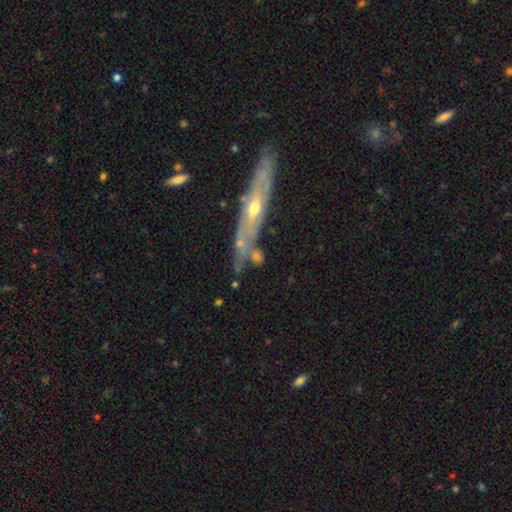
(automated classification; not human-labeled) A featured or disk galaxy (49%). Merging: none (62%).